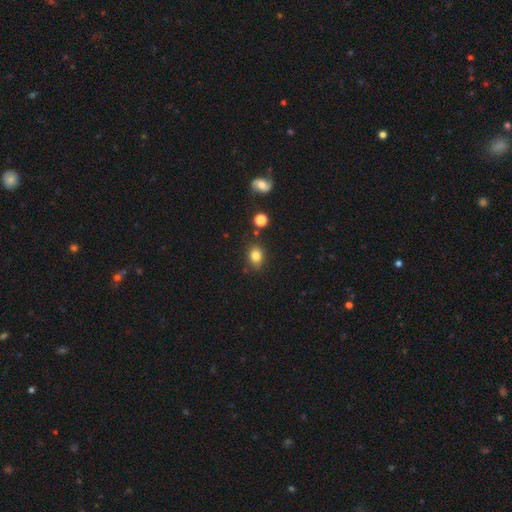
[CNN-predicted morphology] This is clearly a smooth galaxy (81%). How rounded: possibly in between (55%). Merging: likely none (78%).